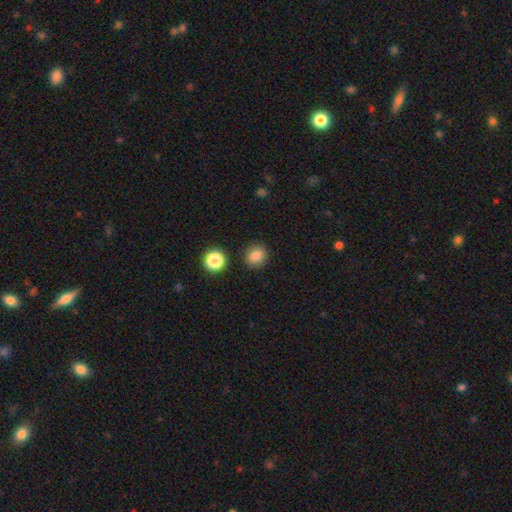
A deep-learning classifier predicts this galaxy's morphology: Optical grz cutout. It shows a smooth galaxy with no disk features (82%) that is round (83%). Merging: none (88%).